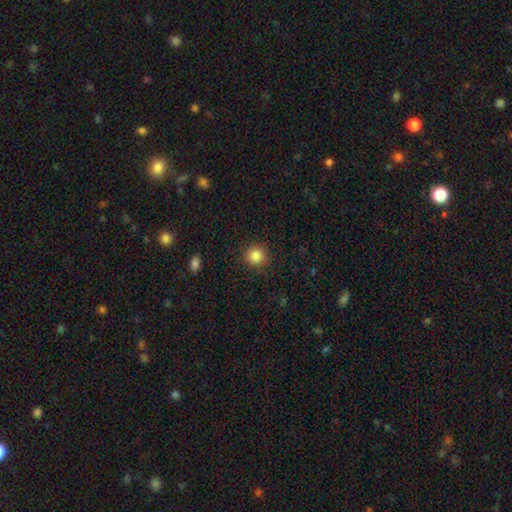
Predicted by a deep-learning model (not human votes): Overall: smooth (85%). How rounded: round (93%). Merging: none (89%).